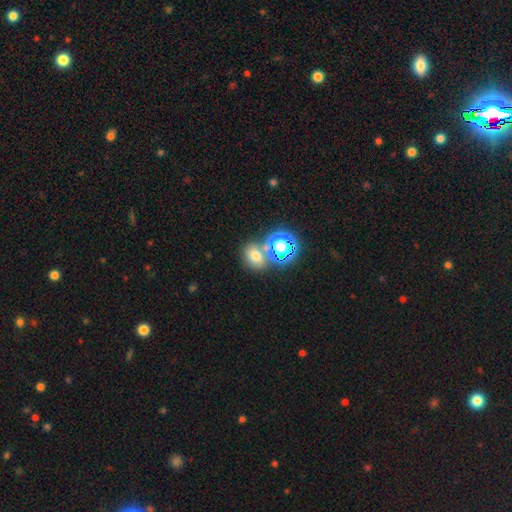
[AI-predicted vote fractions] Morphology: type=smooth (63%); roundness=round (50%); merging=none (55%).